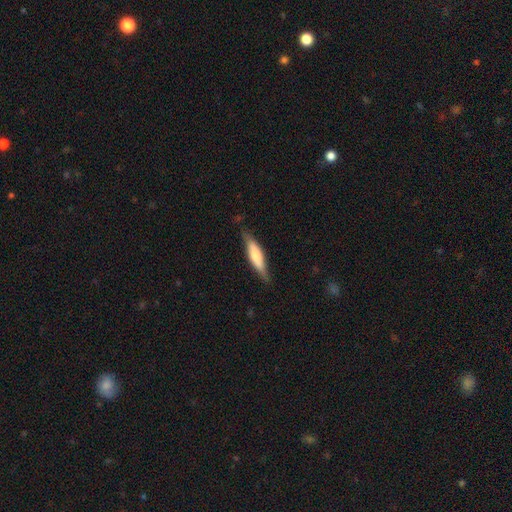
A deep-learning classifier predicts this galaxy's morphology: Smooth or featured?
  - smooth: 58% *
  - featured or disk: 36%
  - star or artifact: 6%
How rounded?
  - cigar-shaped: 73% *
  - in between: 26%
  - round: 2%
Merging?
  - none: 78% *
  - minor disturbance: 18%
  - major disturbance: 3%
  - merger: 1%